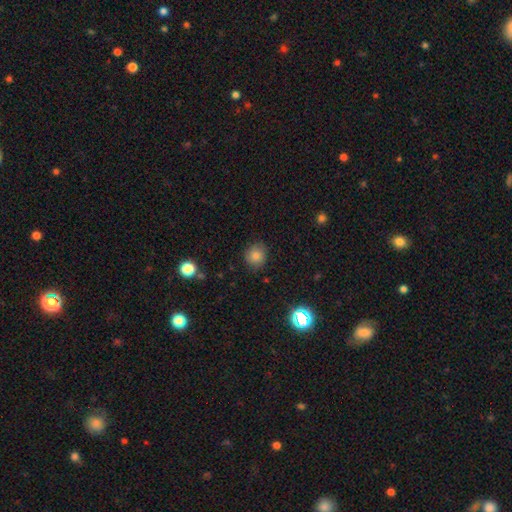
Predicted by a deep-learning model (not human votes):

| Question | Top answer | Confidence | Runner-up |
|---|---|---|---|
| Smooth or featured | smooth | 80% | star or artifact (14%) |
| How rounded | round | 86% | in between (13%) |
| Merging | none | 84% | minor disturbance (12%) |